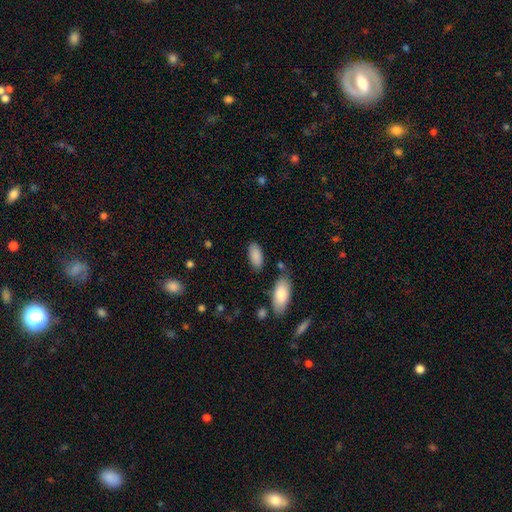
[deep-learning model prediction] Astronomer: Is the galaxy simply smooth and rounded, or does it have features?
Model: smooth — 88%.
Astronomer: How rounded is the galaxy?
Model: in between — 91%.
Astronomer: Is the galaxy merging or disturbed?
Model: none — 81%.